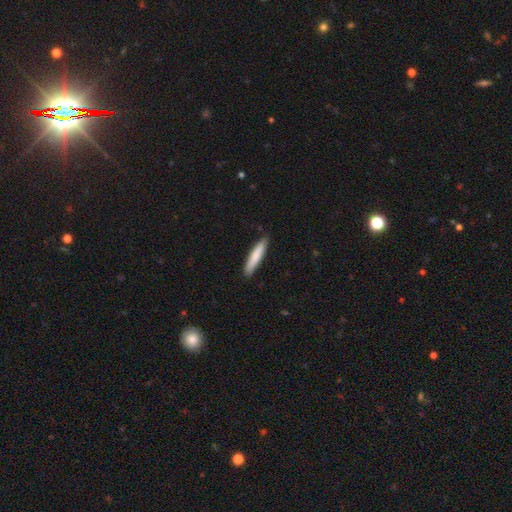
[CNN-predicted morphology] A smooth galaxy with no disk features (79%) that is cigar-shaped (88%). Merging: none (87%).